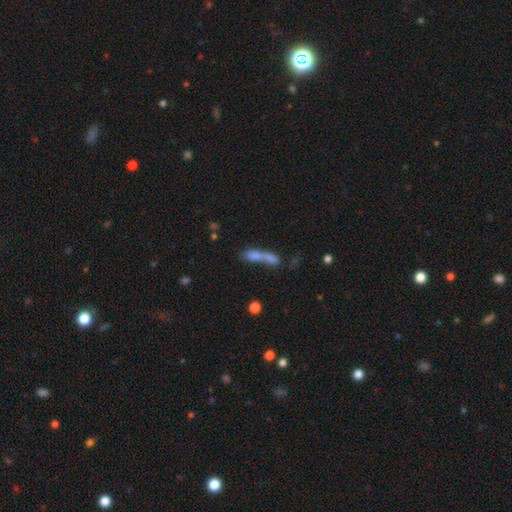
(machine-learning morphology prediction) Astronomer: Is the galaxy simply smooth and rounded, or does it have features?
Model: smooth — 65%.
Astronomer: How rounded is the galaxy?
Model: cigar-shaped — 52% (runner-up: in between, 40%).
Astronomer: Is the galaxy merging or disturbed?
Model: merger — 59%.